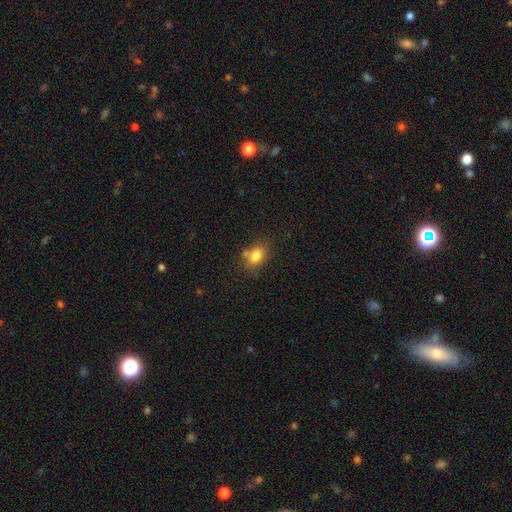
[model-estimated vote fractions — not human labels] Overall: smooth (79%). How rounded: in between (68%; round 31%). Merging: none (61%).